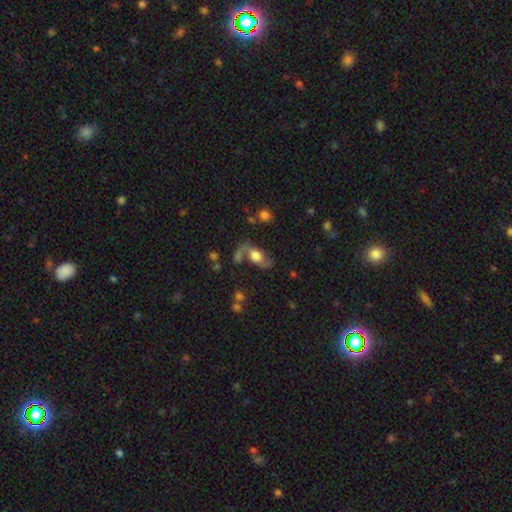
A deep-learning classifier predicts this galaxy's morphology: Q: Smooth or featured?
A: featured or disk (63%); runner-up: smooth (28%)
Q: Edge-on disk?
A: no (88%); runner-up: yes (12%)
Q: Bar?
A: no (66%); runner-up: weak (27%)
Q: Spiral arms?
A: yes (81%); runner-up: no (19%)
Q: Bulge size?
A: large (56%); runner-up: moderate (25%)
Q: Merging?
A: none (53%); runner-up: minor disturbance (19%)